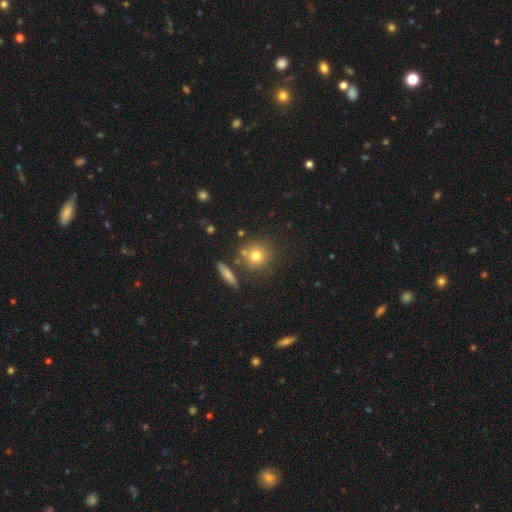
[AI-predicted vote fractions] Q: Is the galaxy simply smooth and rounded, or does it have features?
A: smooth — 75%.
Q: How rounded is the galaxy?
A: round — 89%.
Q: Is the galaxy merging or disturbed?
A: none — 74%.